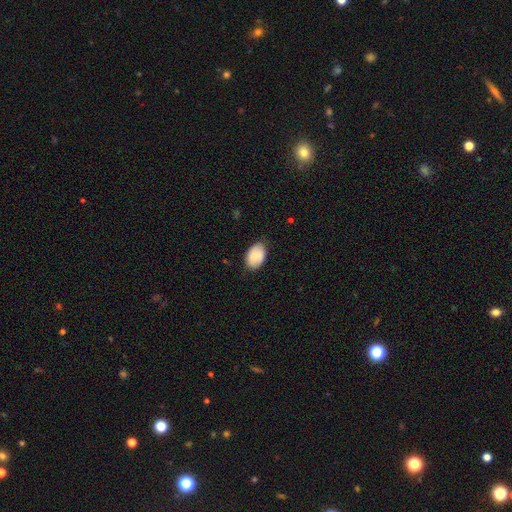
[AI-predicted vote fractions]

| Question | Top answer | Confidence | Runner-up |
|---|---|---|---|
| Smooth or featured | smooth | 81% | featured or disk (12%) |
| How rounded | in between | 89% | round (10%) |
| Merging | none | 76% | minor disturbance (19%) |